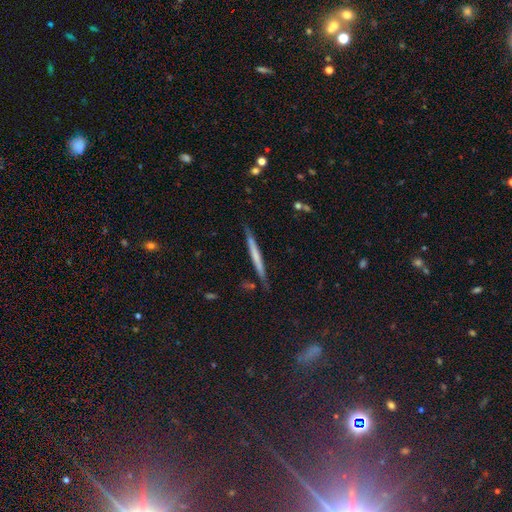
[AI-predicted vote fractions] Overall: featured or disk (48%; smooth 45%). Merging: none (85%).